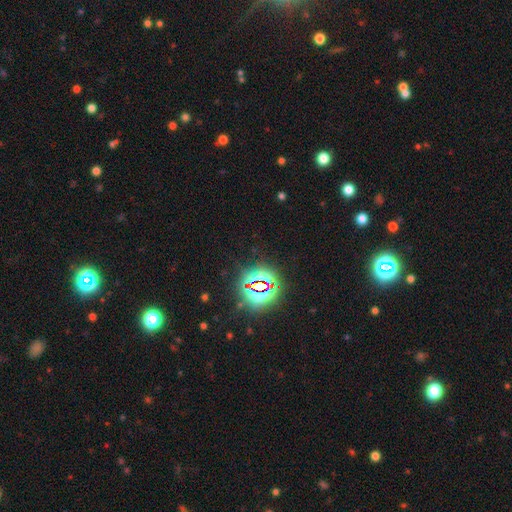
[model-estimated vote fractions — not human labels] smooth_or_featured: star or artifact (p=0.81) [alt: smooth p=0.12]